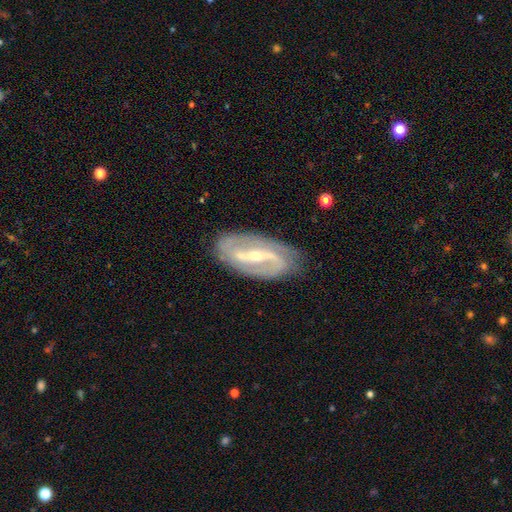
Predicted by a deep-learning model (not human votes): Smooth or featured? featured or disk (89%)
Edge-on disk? no (93%)
Bar? strong (63%)
Spiral arms? yes (94%)
Spiral winding? medium (42%)
Spiral arm count? 2 (89%)
Bulge size? small (59%)
Merging? none (82%)